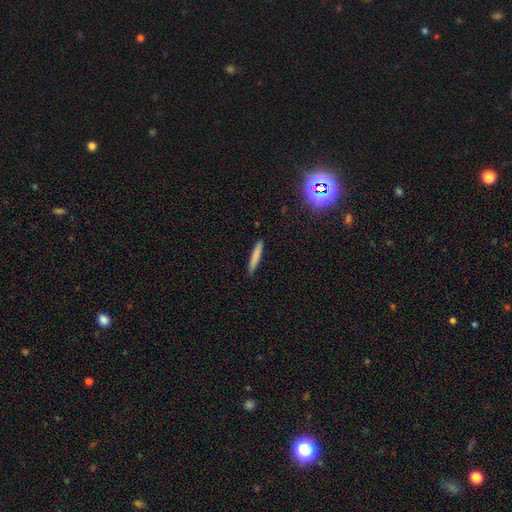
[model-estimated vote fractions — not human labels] smooth-or-featured: smooth: 78% | featured or disk: 14% | star or artifact: 7%
  how-rounded: cigar-shaped: 94% | in between: 4% | round: 1%
  merging: none: 89% | minor disturbance: 8% | major disturbance: 2% | merger: 1%